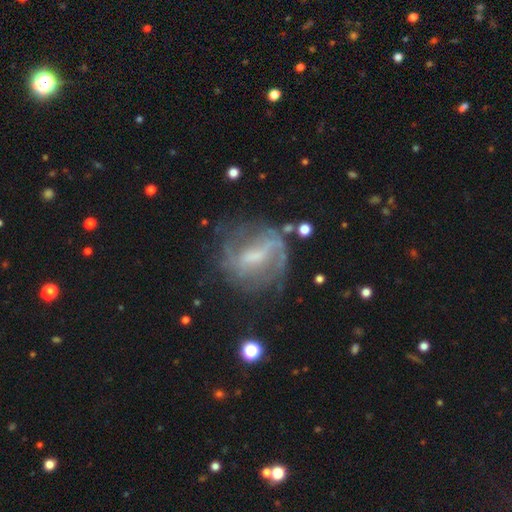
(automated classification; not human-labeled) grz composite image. It shows a featured or disk galaxy (72%) with a weak bar (46%), spiral arms (73%) and a small central bulge (35%). Merging: none (59%).